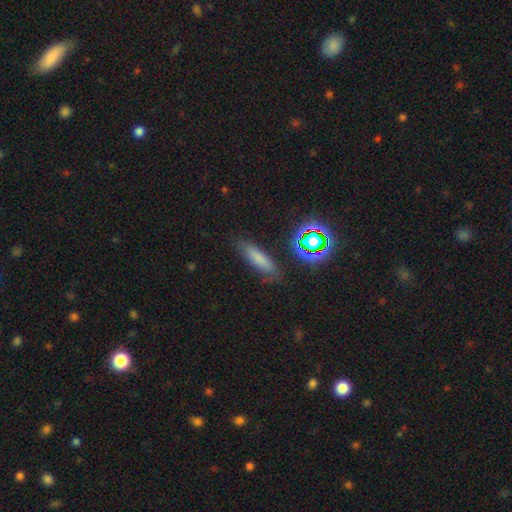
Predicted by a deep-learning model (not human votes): Smooth or featured? smooth (67%)
How rounded? cigar-shaped (61%)
Merging? none (81%)